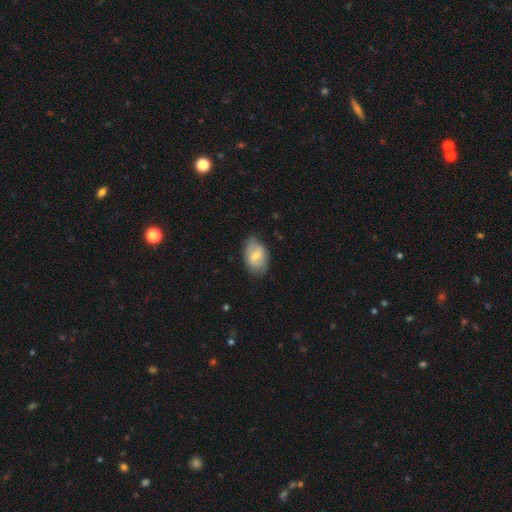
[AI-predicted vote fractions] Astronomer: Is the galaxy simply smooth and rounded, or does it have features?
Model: smooth — 62%.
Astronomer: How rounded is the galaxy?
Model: in between — 87%.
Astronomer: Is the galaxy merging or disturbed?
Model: none — 64%.